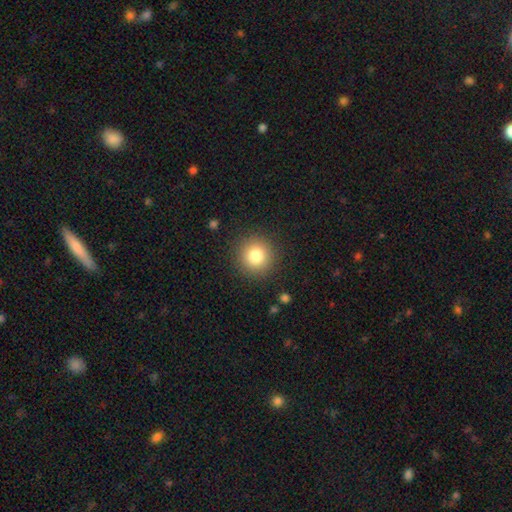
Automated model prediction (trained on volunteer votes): smooth-or-featured: smooth: 81% | star or artifact: 11% | featured or disk: 8%
  how-rounded: round: 94% | in between: 5% | cigar-shaped: 1%
  merging: none: 90% | minor disturbance: 6% | major disturbance: 3% | merger: 1%